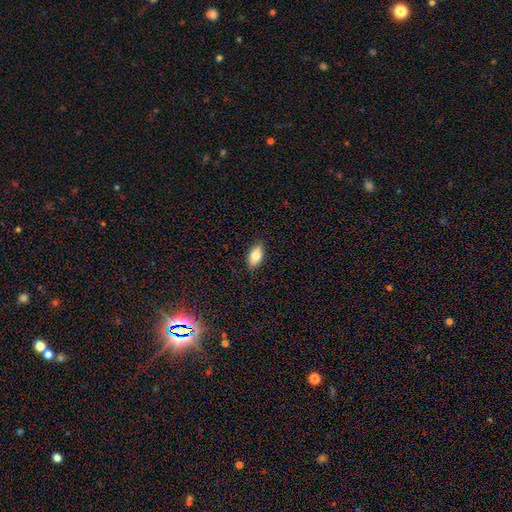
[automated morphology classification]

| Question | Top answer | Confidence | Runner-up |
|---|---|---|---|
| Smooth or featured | smooth | 81% | featured or disk (12%) |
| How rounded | in between | 93% | cigar-shaped (4%) |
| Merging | none | 89% | minor disturbance (9%) |